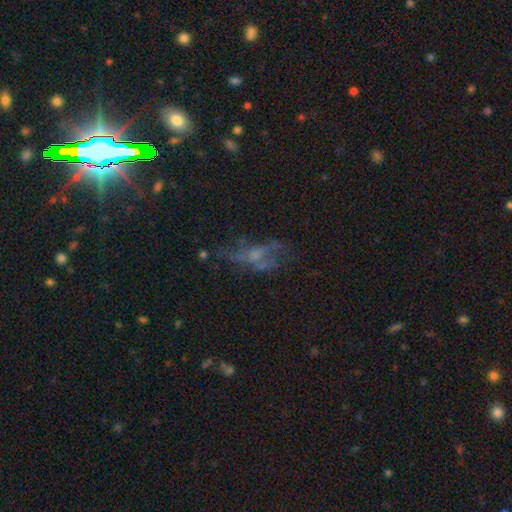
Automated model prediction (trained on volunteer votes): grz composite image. It shows a featured or disk galaxy (55%). Merging: none (44%).